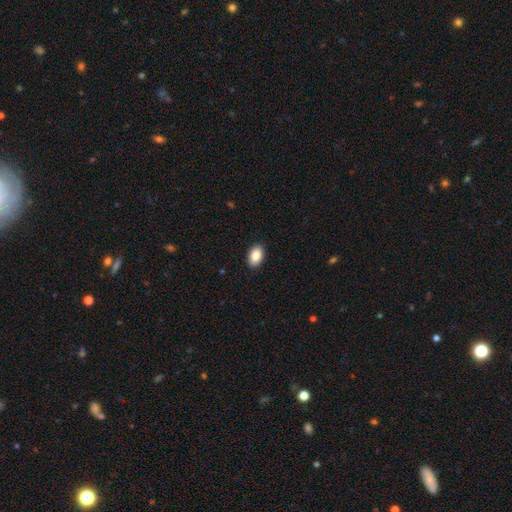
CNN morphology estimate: This is clearly a smooth galaxy (89%). How rounded: clearly in between (92%). Merging: clearly none (90%).